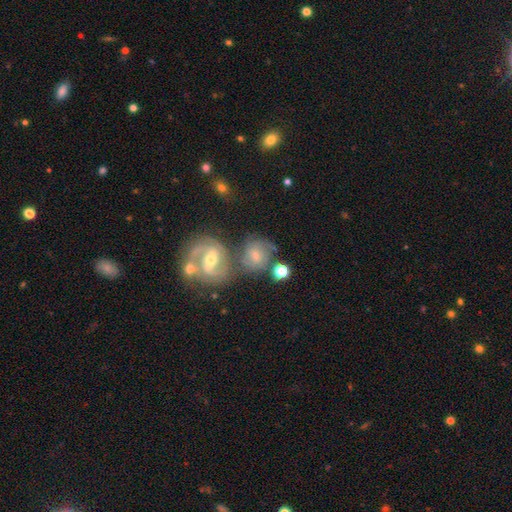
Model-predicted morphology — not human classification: Overall: featured or disk (63%; smooth 28%). Edge-on disk: no (97%). Bar: weak (47%; no 34%). Spiral arms: yes (91%). Spiral arm count: 2 (47%; 3 24%). Spiral winding: medium (48%; tight 40%). Bulge size: small (48%; moderate 47%). Merging: none (46%; merger 35%).